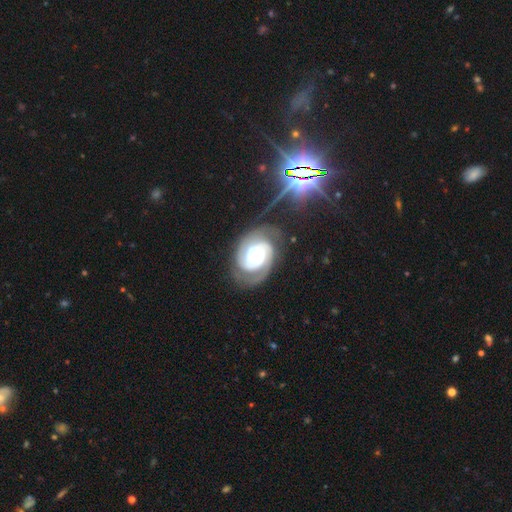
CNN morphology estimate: Smooth or featured?
  - featured or disk: 87% *
  - smooth: 7%
  - star or artifact: 6%
Edge-on disk?
  - no: 98% *
  - yes: 2%
Bar?
  - no: 60% *
  - weak: 28%
  - strong: 11%
Spiral arms?
  - yes: 98% *
  - no: 2%
Spiral winding?
  - tight: 71% *
  - medium: 24%
  - loose: 4%
Spiral arm count?
  - 2: 62% *
  - 3: 15%
  - can't tell: 12%
  - 1: 4%
  - 4: 4%
  - more than 4: 3%
Bulge size?
  - small: 60% *
  - moderate: 27%
  - large: 6%
  - none: 5%
  - dominant: 2%
Merging?
  - none: 68% *
  - minor disturbance: 18%
  - major disturbance: 11%
  - merger: 3%